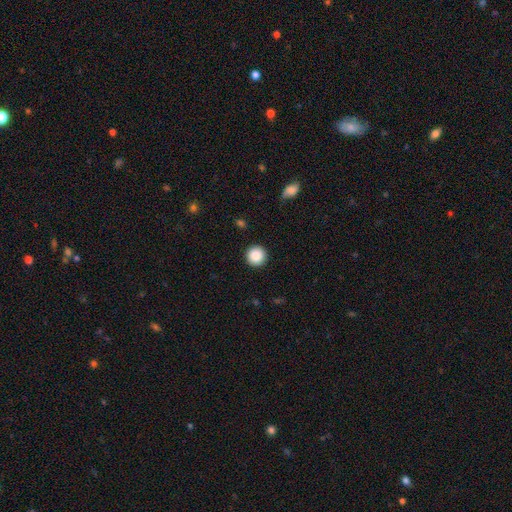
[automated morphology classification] type=smooth (88%); roundness=round (96%); merging=none (92%).